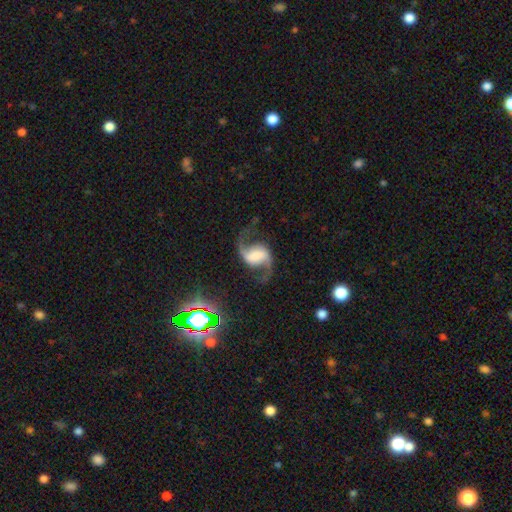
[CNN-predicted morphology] type=featured or disk (89%); edge-on=no (98%); bar=weak (37%); spiral arms=yes (98%); winding=loose (69%); arm count=2 (94%); bulge=large (32%); merging=none (78%).